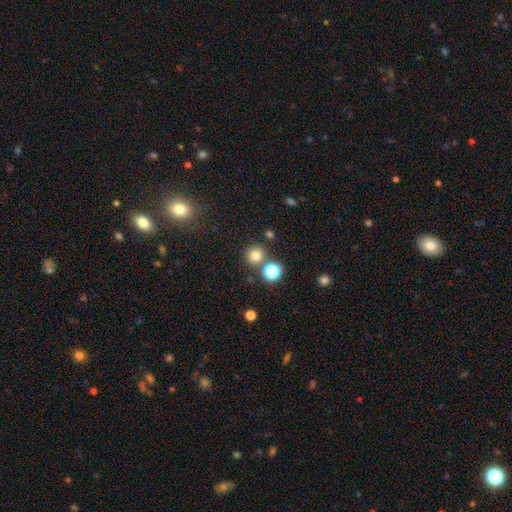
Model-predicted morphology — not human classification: The model was most divided on "smooth or featured": smooth: 77%, star or artifact: 17%, featured or disk: 6%. More confident: how rounded — round (93%); merging — none (80%).